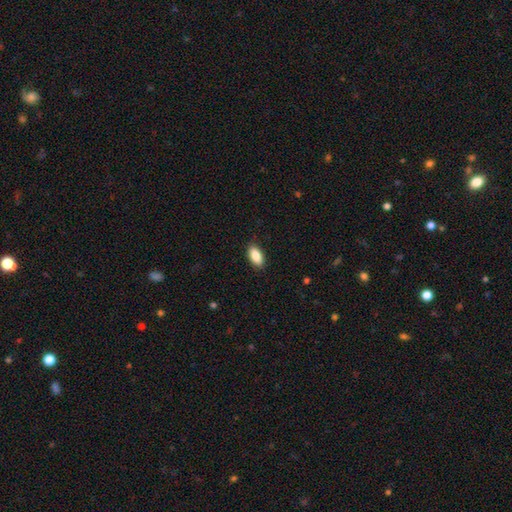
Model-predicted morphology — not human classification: smooth 88%, star or artifact 6%, featured or disk 6%. Down the decision tree: how rounded — in between (92%); merging — none (89%).